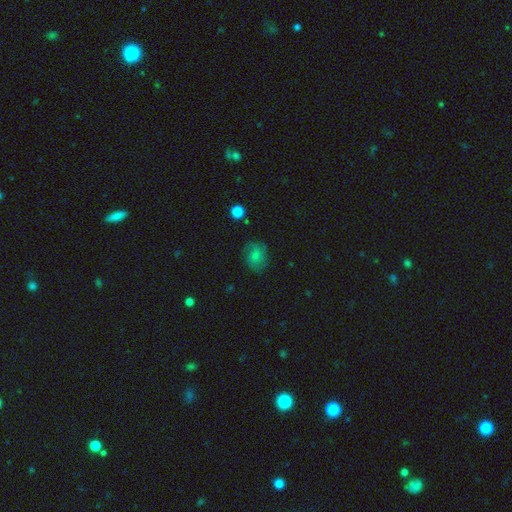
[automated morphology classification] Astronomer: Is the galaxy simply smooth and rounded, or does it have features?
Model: smooth — 68%.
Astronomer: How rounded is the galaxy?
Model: round — 60% (runner-up: in between, 39%).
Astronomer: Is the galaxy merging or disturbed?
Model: none — 71%.